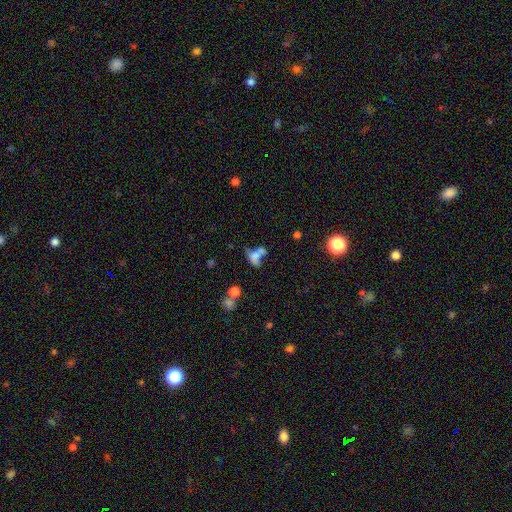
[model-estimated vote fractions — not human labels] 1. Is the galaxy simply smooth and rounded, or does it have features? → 57% smooth, 27% featured or disk, 16% star or artifact.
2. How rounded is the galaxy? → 71% in between, 22% round, 7% cigar-shaped.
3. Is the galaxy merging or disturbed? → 49% merger, 24% none, 15% major disturbance, 12% minor disturbance.